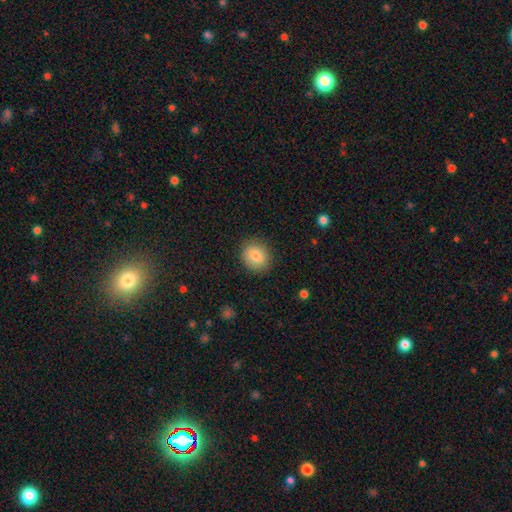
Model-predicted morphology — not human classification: smooth-or-featured: smooth: 84% | featured or disk: 8% | star or artifact: 8%
  how-rounded: round: 60% | in between: 38% | cigar-shaped: 1%
  merging: none: 85% | minor disturbance: 11% | major disturbance: 3% | merger: 1%